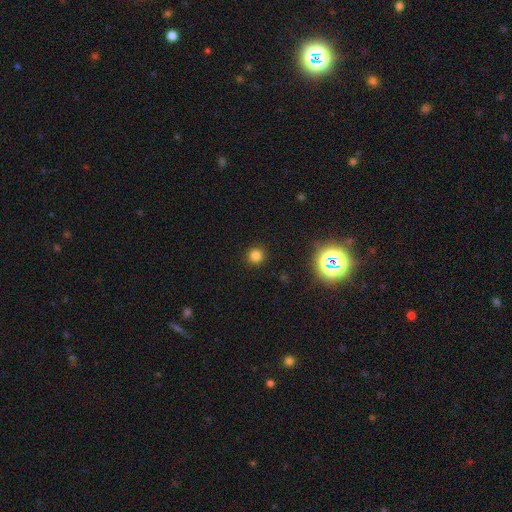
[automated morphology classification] smooth-or-featured: smooth: 78% | star or artifact: 17% | featured or disk: 5%
  how-rounded: round: 94% | in between: 5% | cigar-shaped: 1%
  merging: none: 92% | minor disturbance: 5% | major disturbance: 2% | merger: 1%